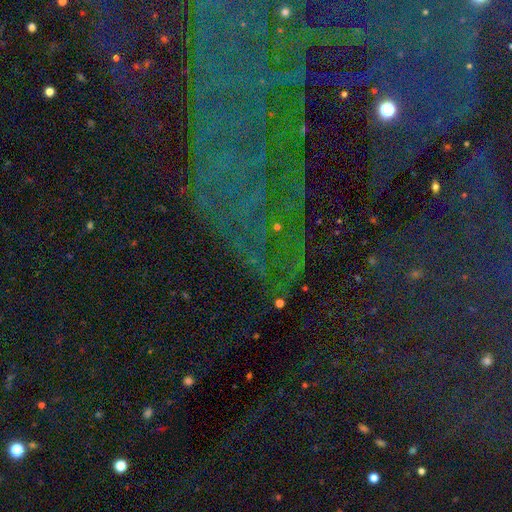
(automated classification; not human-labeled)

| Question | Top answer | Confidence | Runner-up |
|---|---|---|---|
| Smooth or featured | star or artifact | 83% | featured or disk (9%) |